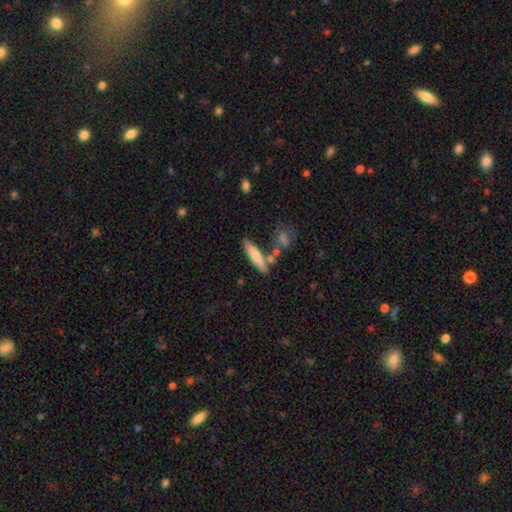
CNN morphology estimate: type=smooth (72%); roundness=cigar-shaped (77%); merging=none (72%).